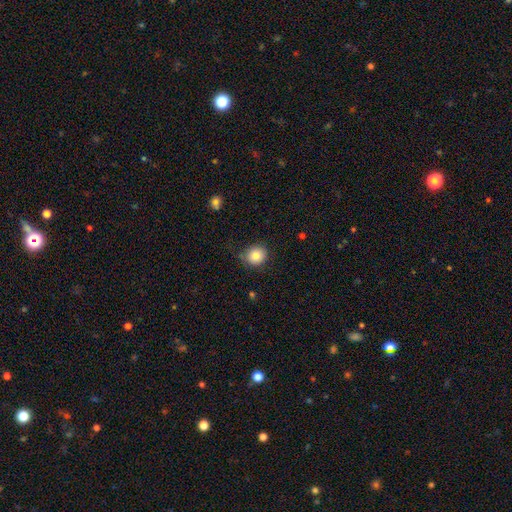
Overall: smooth (81%). How rounded: round (90%). Merging: none (89%).